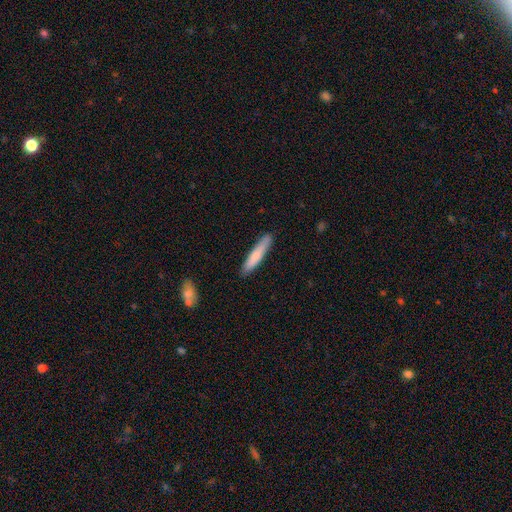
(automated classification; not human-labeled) Smooth or featured? smooth (76%)
How rounded? cigar-shaped (92%)
Merging? none (87%)